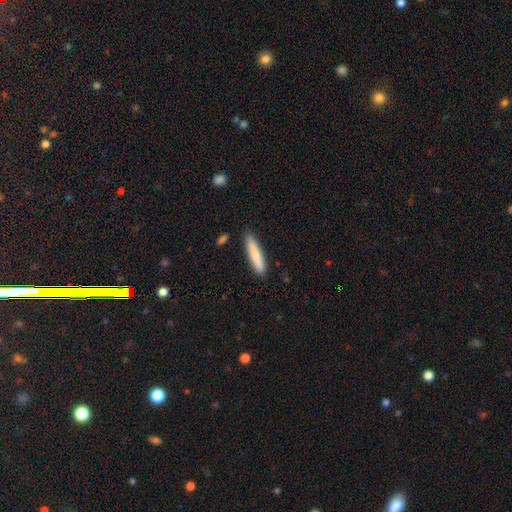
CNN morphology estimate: smooth 77%, featured or disk 17%, star or artifact 6%. Down the decision tree: how rounded — cigar-shaped (88%); merging — none (86%).